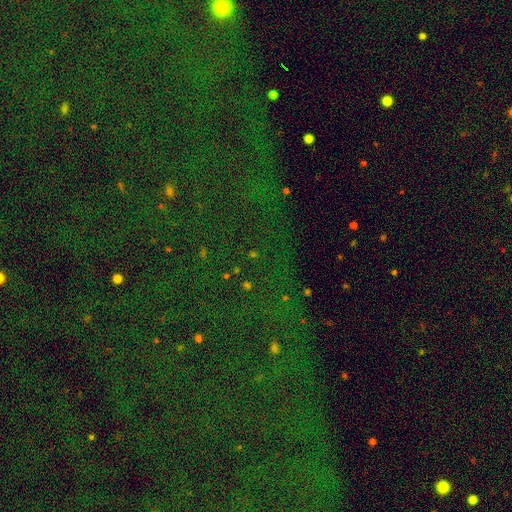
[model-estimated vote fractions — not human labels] smooth-or-featured: star or artifact: 84% | smooth: 8% | featured or disk: 8%